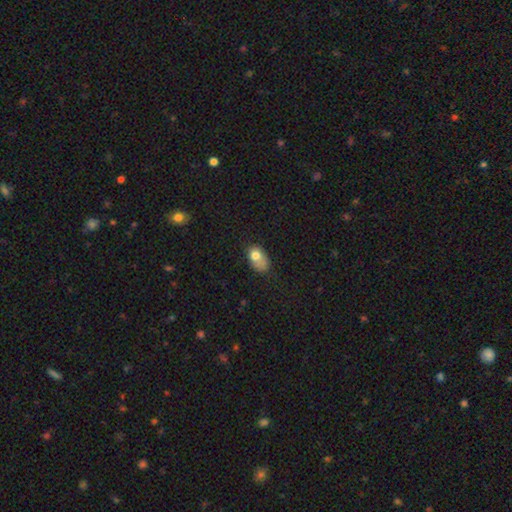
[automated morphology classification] Q: Smooth or featured?
A: smooth (74%); runner-up: featured or disk (16%)
Q: How rounded?
A: in between (77%); runner-up: round (22%)
Q: Merging?
A: minor disturbance (37%); runner-up: none (32%)